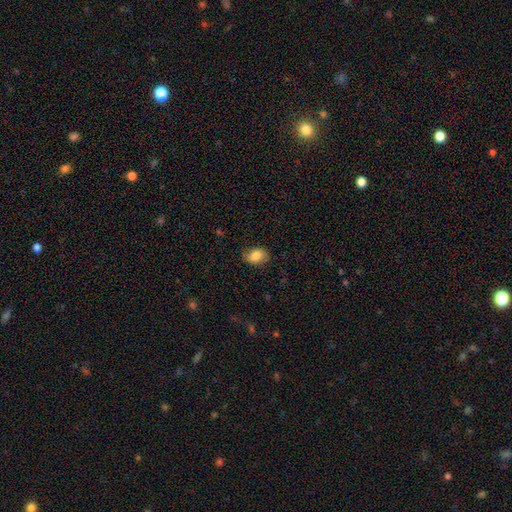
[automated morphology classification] smooth-or-featured: smooth: 79% | featured or disk: 13% | star or artifact: 8%
  how-rounded: in between: 75% | round: 24% | cigar-shaped: 1%
  merging: none: 77% | minor disturbance: 17% | major disturbance: 5% | merger: 1%